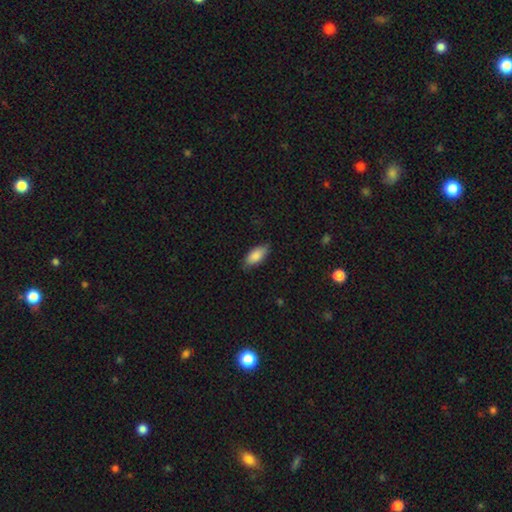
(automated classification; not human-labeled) Overall: smooth (86%). How rounded: in between (87%). Merging: none (79%).